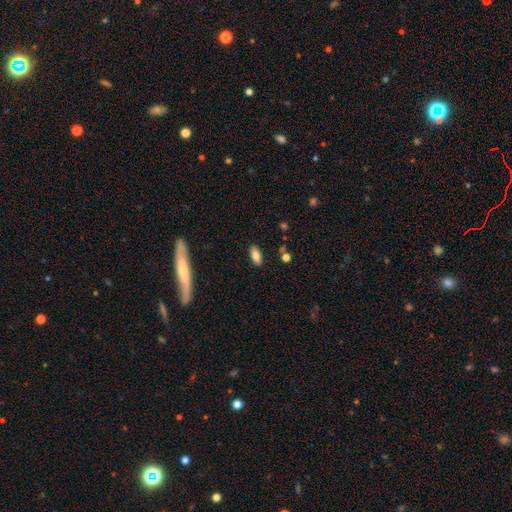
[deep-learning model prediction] A smooth galaxy with no disk features (79%) that is in between round and cigar-shaped (84%). Merging: none (87%).